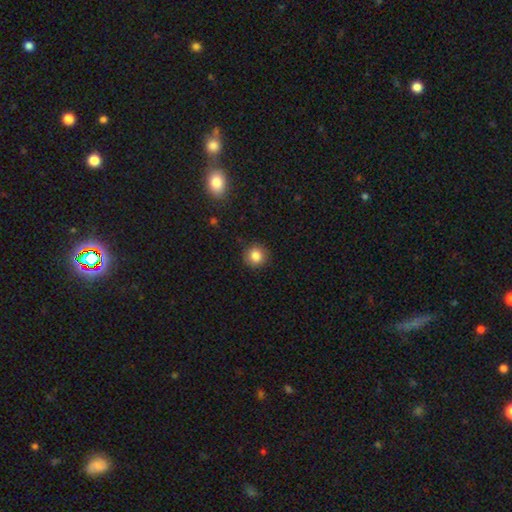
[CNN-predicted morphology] Smooth or featured? smooth (84%)
How rounded? round (91%)
Merging? none (88%)